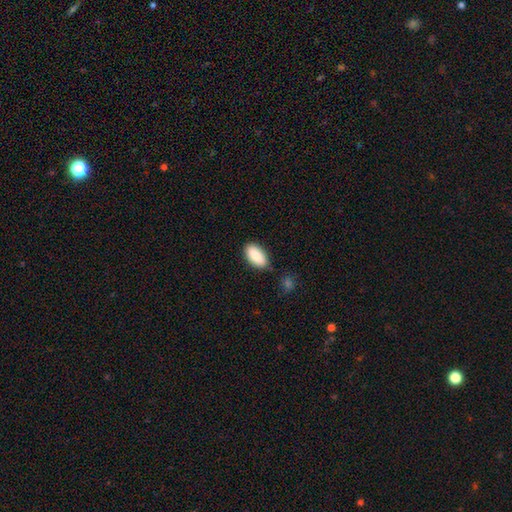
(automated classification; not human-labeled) smooth_or_featured: smooth (p=0.84) [alt: featured or disk p=0.10]
how_rounded: in between (p=0.93) [alt: cigar-shaped p=0.04]
merging: none (p=0.83) [alt: minor disturbance p=0.12]